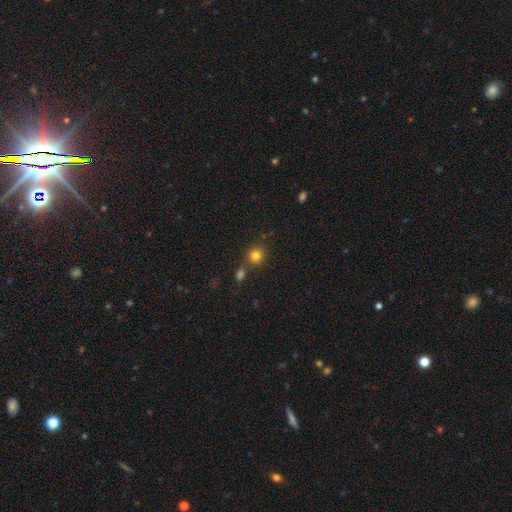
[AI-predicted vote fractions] smooth-or-featured: smooth: 81% | star or artifact: 13% | featured or disk: 6%
  how-rounded: round: 88% | in between: 11% | cigar-shaped: 1%
  merging: none: 72% | merger: 16% | minor disturbance: 9% | major disturbance: 3%